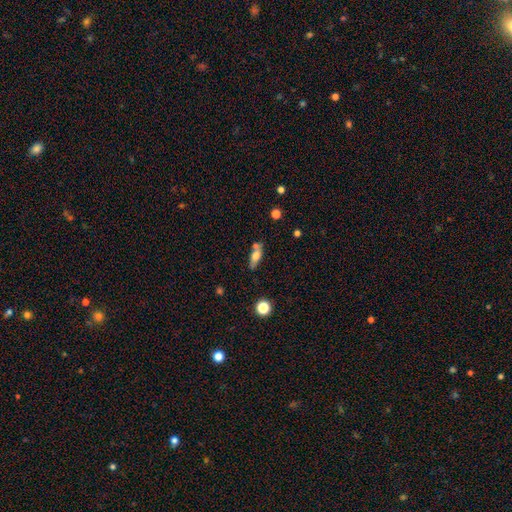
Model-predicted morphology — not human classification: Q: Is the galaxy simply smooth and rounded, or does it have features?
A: smooth — 61%.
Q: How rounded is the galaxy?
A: in between — 62%.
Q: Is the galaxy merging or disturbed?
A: none — 59%.